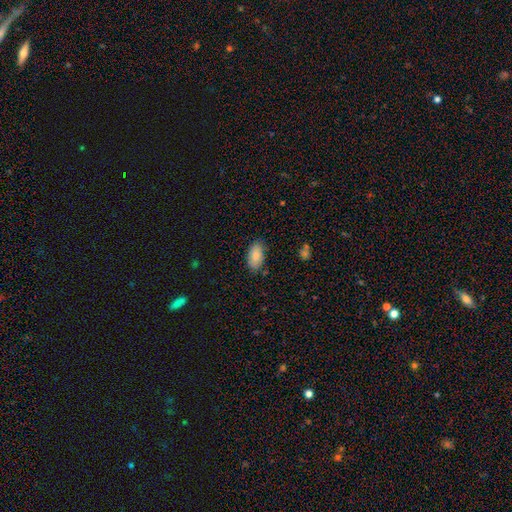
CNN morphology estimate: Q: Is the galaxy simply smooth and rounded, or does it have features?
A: smooth — 86%.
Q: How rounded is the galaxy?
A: in between — 94%.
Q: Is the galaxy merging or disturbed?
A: none — 82%.